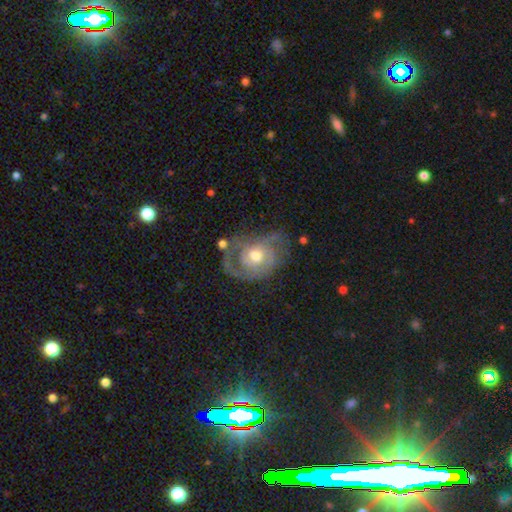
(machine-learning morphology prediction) Overall: featured or disk (78%). Edge-on disk: no (97%). Bar: no (75%). Spiral arms: yes (84%). Spiral arm count: 2 (35%; can't tell 30%). Spiral winding: tight (47%; medium 36%). Bulge size: moderate (72%). Merging: none (47%; major disturbance 25%).